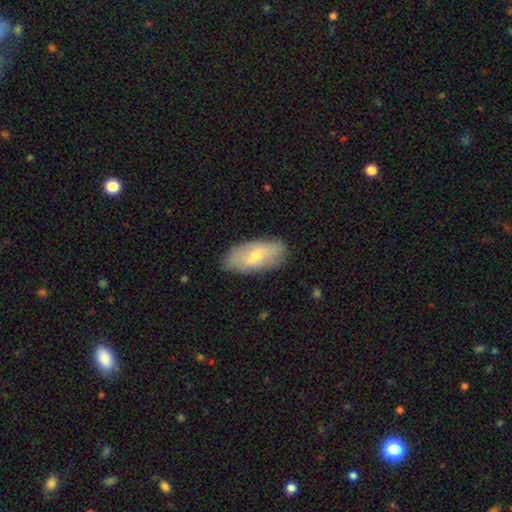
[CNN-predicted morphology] Smooth or featured? Predicted: smooth (p=0.55). How rounded? Predicted: in between (p=0.89). Merging? Predicted: none (p=0.81).